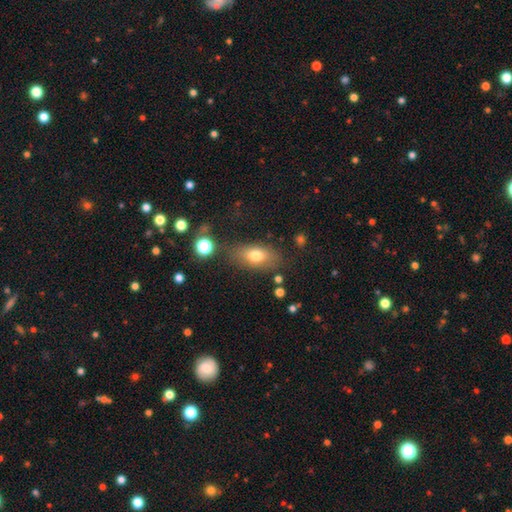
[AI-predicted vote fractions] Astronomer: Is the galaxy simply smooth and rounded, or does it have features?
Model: smooth — 74%.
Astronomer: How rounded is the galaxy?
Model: in between — 83%.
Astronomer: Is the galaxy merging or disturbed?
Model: none — 73%.